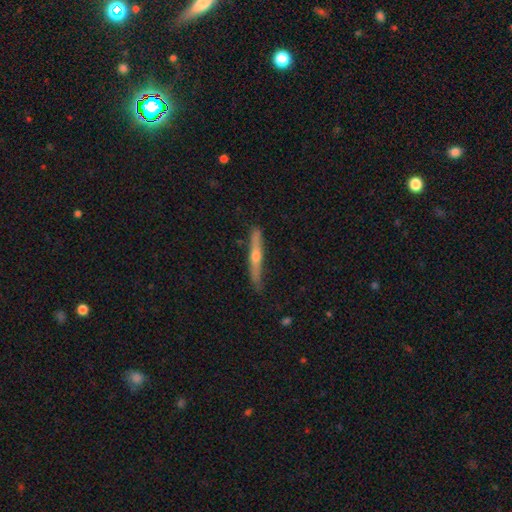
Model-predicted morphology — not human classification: Smooth or featured: featured or disk — 72% (smooth — 22%)
Edge-on disk: yes — 96% (no — 4%)
Edge-on bulge: rounded — 87% (none — 10%)
Merging: none — 85% (minor disturbance — 12%)